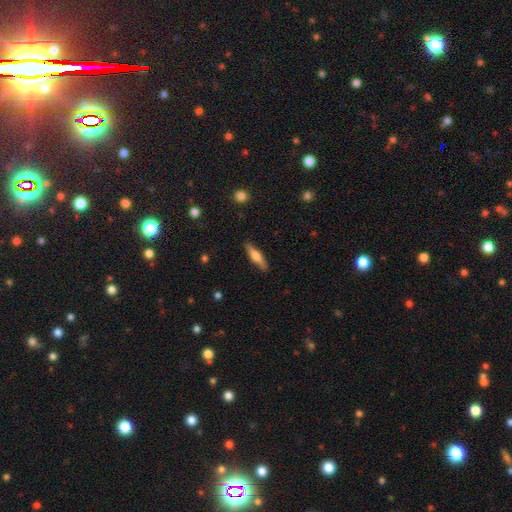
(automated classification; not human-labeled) Smooth or featured?
  - smooth: 50% *
  - featured or disk: 44%
  - star or artifact: 6%
Merging?
  - none: 88% *
  - minor disturbance: 9%
  - major disturbance: 2%
  - merger: 1%